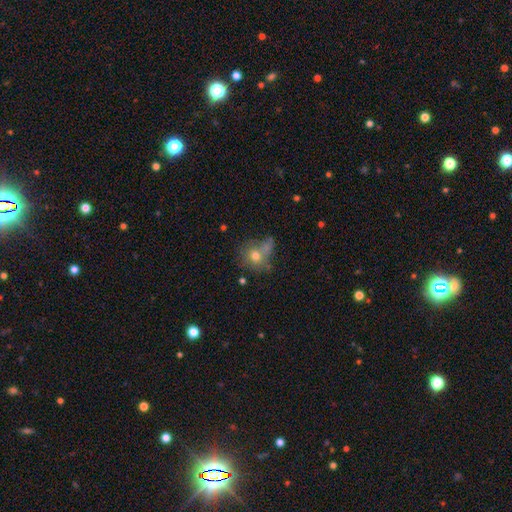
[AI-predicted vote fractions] A smooth galaxy with no disk features (65%) that is round (74%).

Vote fractions:
- Smooth or featured? smooth: 65% / featured or disk: 19% / star or artifact: 16%
- How rounded? round: 74% / in between: 25% / cigar-shaped: 1%
- Merging? none: 45% / merger: 22% / minor disturbance: 19% / major disturbance: 14%